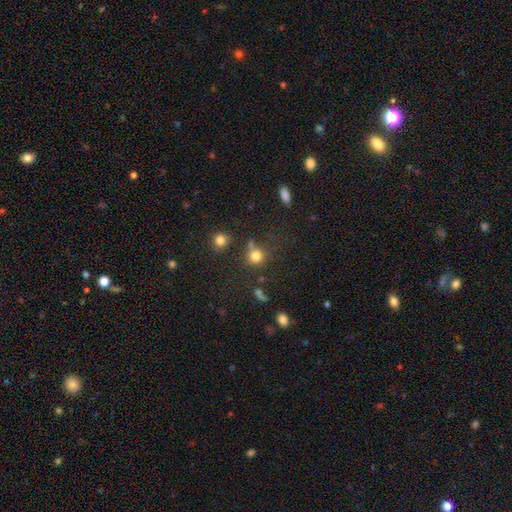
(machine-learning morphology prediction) Overall: smooth (78%). How rounded: round (87%). Merging: none (65%).